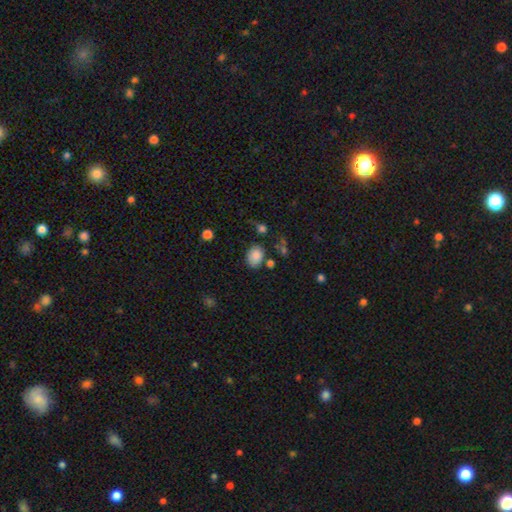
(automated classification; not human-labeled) smooth 84%, star or artifact 10%, featured or disk 6%. Down the decision tree: how rounded — in between (68%); merging — none (70%).